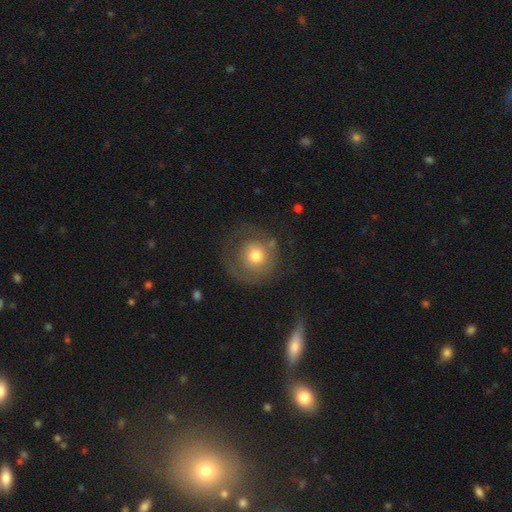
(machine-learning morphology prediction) Smooth or featured? Predicted: smooth (p=0.56). How rounded? Predicted: round (p=0.91). Merging? Predicted: none (p=0.59).